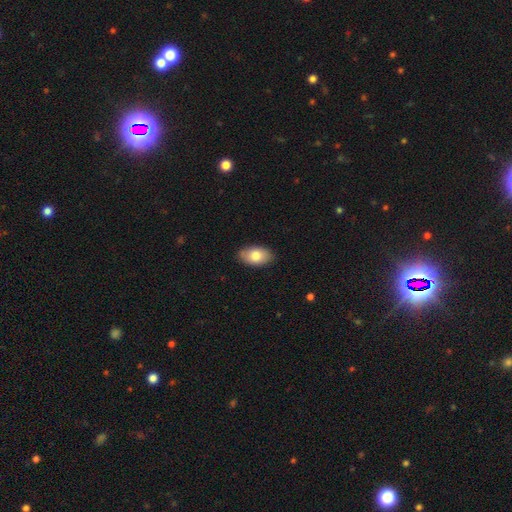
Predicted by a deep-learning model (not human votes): Smooth or featured? Predicted: smooth (p=0.81). How rounded? Predicted: in between (p=0.93). Merging? Predicted: none (p=0.85).